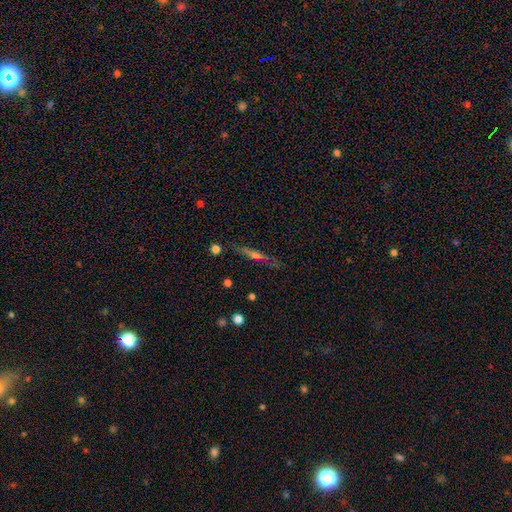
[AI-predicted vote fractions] Smooth or featured?
  - featured or disk: 59% *
  - smooth: 30%
  - star or artifact: 11%
Edge-on disk?
  - yes: 91% *
  - no: 9%
Edge-on bulge?
  - rounded: 58% *
  - none: 32%
  - boxy: 10%
Merging?
  - none: 82% *
  - minor disturbance: 12%
  - major disturbance: 4%
  - merger: 2%